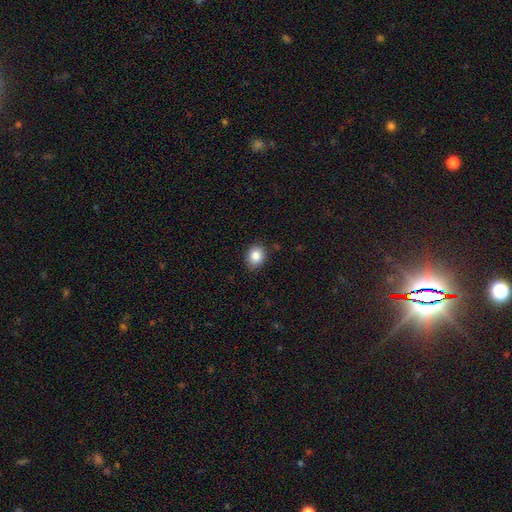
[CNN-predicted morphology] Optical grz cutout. It shows a smooth galaxy with no disk features (85%) that is round (51%). Merging: none (87%).